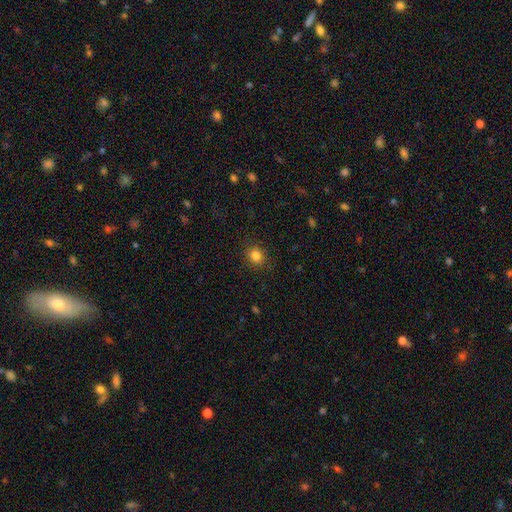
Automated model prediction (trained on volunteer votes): smooth-or-featured: smooth: 83% | star or artifact: 12% | featured or disk: 5%
  how-rounded: round: 72% | in between: 27% | cigar-shaped: 1%
  merging: none: 88% | minor disturbance: 8% | major disturbance: 3% | merger: 1%